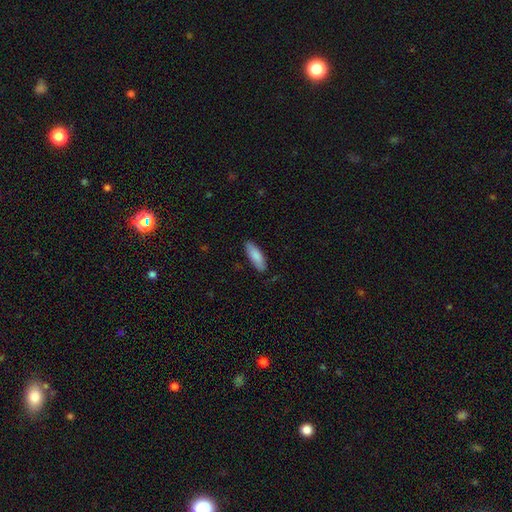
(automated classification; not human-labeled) Overall: smooth (85%). How rounded: in between (57%; cigar-shaped 41%). Merging: none (84%).